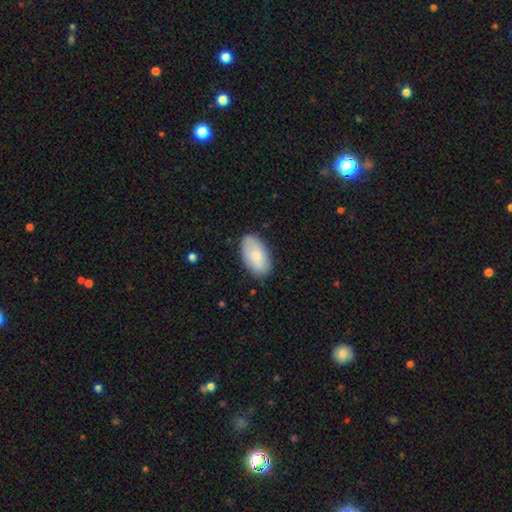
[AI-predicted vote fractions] This appears to be a smooth galaxy with no disk features (78%) that is in between round and cigar-shaped (95%). Merging: none (82%).